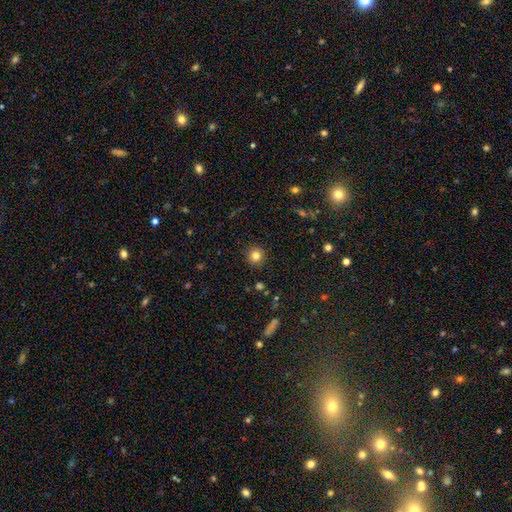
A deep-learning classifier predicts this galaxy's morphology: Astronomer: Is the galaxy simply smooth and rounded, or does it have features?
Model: smooth — 82%.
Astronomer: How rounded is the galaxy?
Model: round — 94%.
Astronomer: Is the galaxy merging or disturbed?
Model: none — 91%.